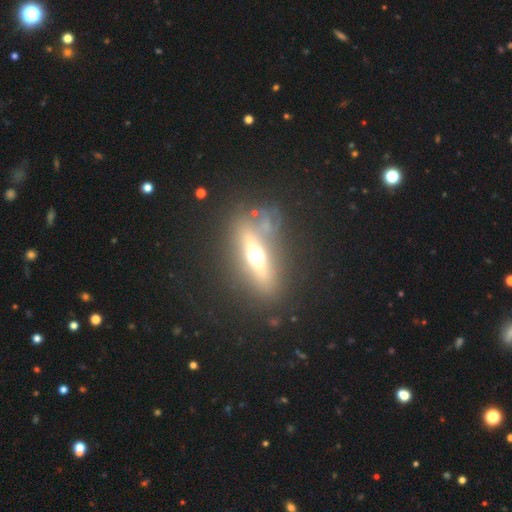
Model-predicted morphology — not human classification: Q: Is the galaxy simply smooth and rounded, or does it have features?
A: featured or disk — 62%.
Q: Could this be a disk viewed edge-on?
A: yes — 77%.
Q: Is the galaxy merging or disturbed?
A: none — 78%.